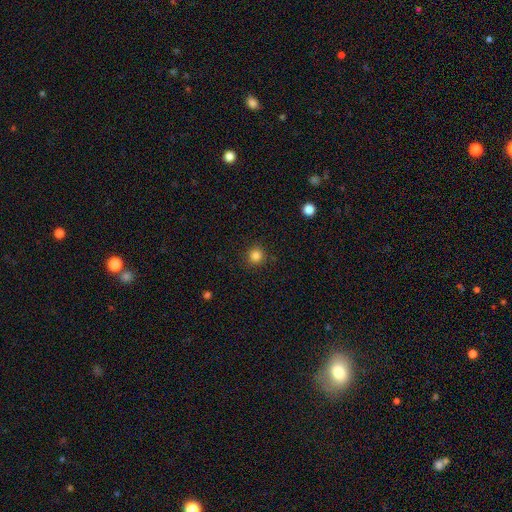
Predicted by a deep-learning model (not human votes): Morphology: type=smooth (84%); roundness=round (92%); merging=none (89%).